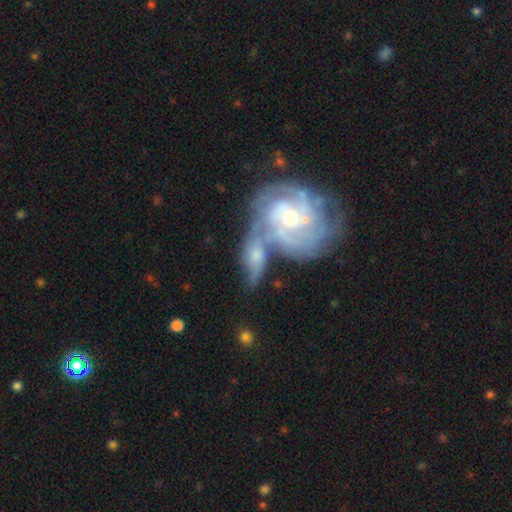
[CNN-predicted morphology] Smooth or featured? Predicted: featured or disk (p=0.69). Edge-on disk? Predicted: no (p=0.95). Bar? Predicted: no (p=0.65). Spiral arms? Predicted: yes (p=0.84). Spiral winding? Predicted: medium (p=0.38). Spiral arm count? Predicted: 2 (p=0.34). Bulge size? Predicted: moderate (p=0.50). Merging? Predicted: merger (p=0.64).